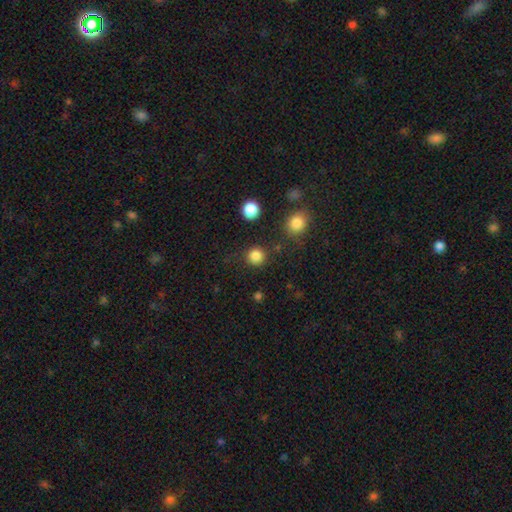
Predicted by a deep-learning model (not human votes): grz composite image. It shows a smooth galaxy with no disk features (84%) that is round (93%). Merging: none (87%).